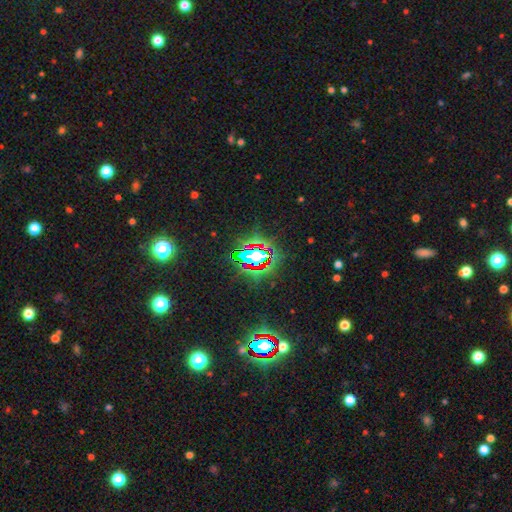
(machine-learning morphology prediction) This is likely a star or artifact rather than a galaxy (72%).